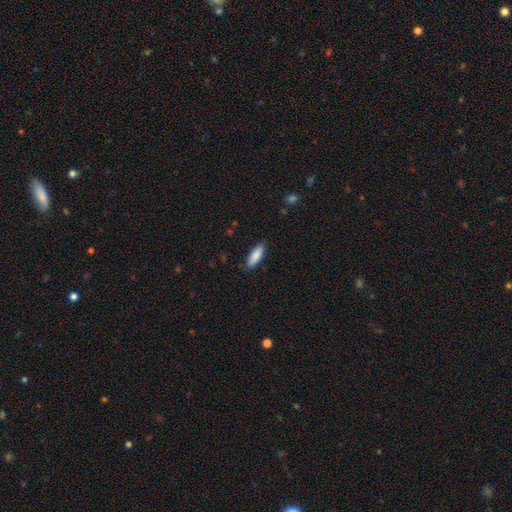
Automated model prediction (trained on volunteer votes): Smooth or featured?
  - smooth: 87% *
  - featured or disk: 7%
  - star or artifact: 6%
How rounded?
  - in between: 62% *
  - cigar-shaped: 37%
  - round: 2%
Merging?
  - none: 85% *
  - minor disturbance: 12%
  - major disturbance: 2%
  - merger: 1%